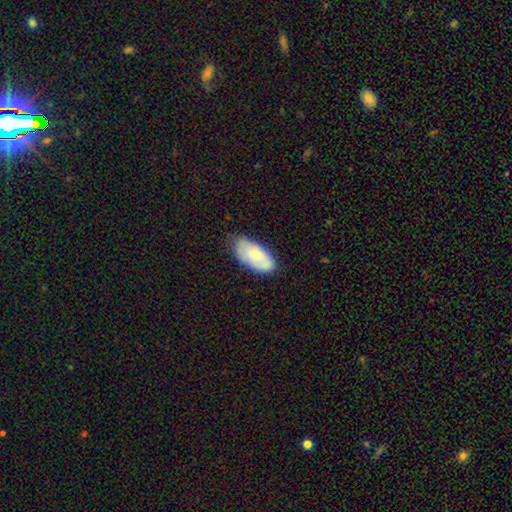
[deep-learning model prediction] A smooth galaxy with no disk features (70%) that is in between round and cigar-shaped (92%). Merging: none (63%).